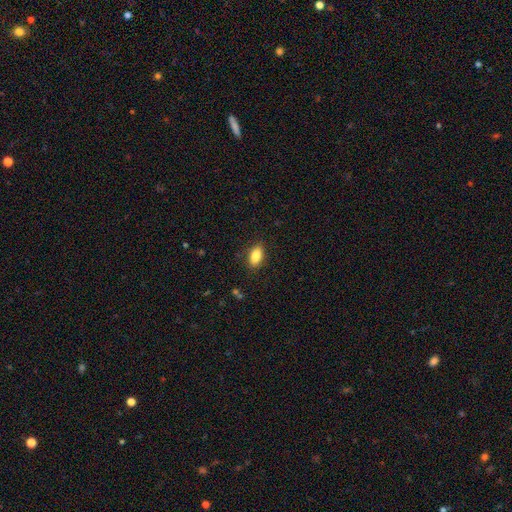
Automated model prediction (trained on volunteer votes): Smooth or featured?
  - smooth: 87% *
  - star or artifact: 8%
  - featured or disk: 5%
How rounded?
  - in between: 90% *
  - round: 5%
  - cigar-shaped: 5%
Merging?
  - none: 85% *
  - minor disturbance: 11%
  - major disturbance: 3%
  - merger: 1%